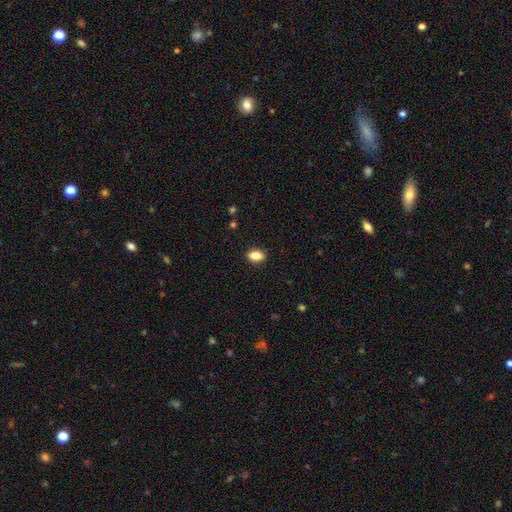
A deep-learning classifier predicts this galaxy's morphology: type=smooth (83%); roundness=in between (81%); merging=none (89%).